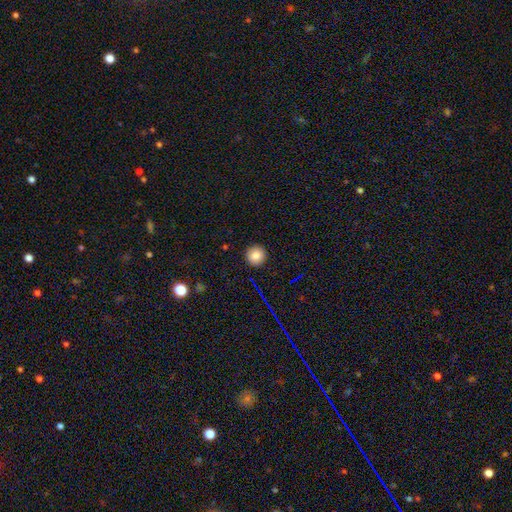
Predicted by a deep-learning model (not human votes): The model was most divided on "smooth or featured": smooth: 83%, star or artifact: 12%, featured or disk: 6%. More confident: how rounded — round (95%); merging — none (92%).